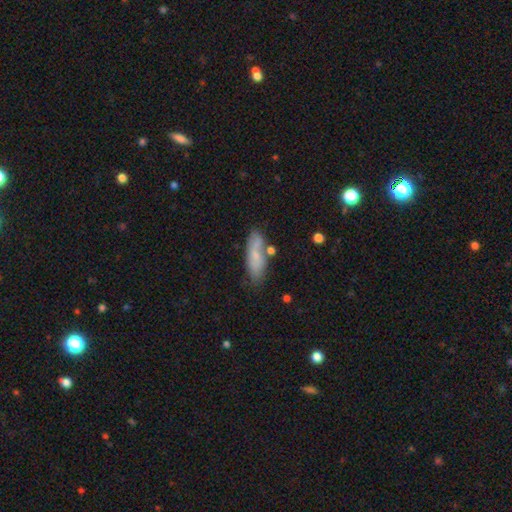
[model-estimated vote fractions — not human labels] Smooth or featured? Predicted: smooth (p=0.70). How rounded? Predicted: in between (p=0.50). Merging? Predicted: none (p=0.68).